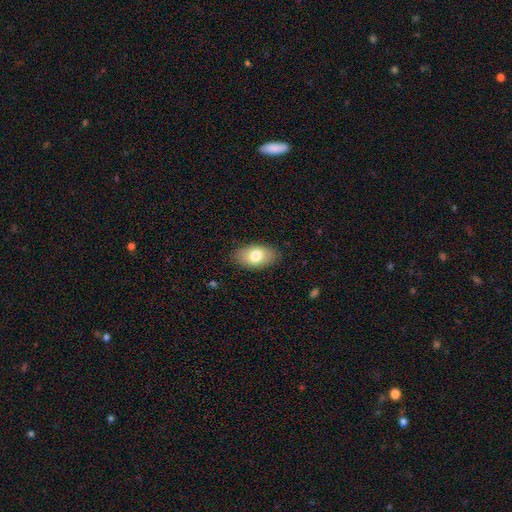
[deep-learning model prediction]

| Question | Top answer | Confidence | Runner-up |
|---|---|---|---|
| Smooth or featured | smooth | 76% | featured or disk (18%) |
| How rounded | in between | 93% | round (5%) |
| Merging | none | 85% | minor disturbance (11%) |